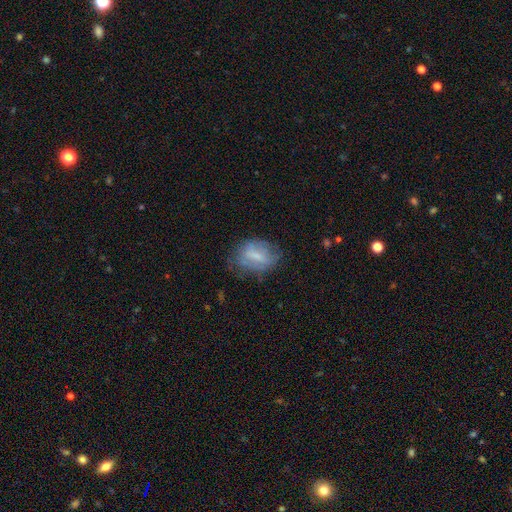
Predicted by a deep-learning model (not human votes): Smooth or featured?
  - smooth: 52% *
  - featured or disk: 38%
  - star or artifact: 9%
How rounded?
  - in between: 75% *
  - round: 21%
  - cigar-shaped: 4%
Merging?
  - none: 59% *
  - minor disturbance: 26%
  - major disturbance: 12%
  - merger: 2%